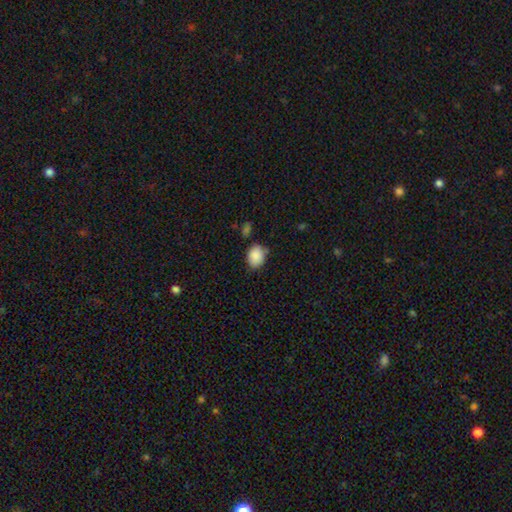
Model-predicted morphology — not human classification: Smooth or featured: smooth — 88% (star or artifact — 8%)
How rounded: in between — 57% (round — 42%)
Merging: none — 70% (minor disturbance — 21%)